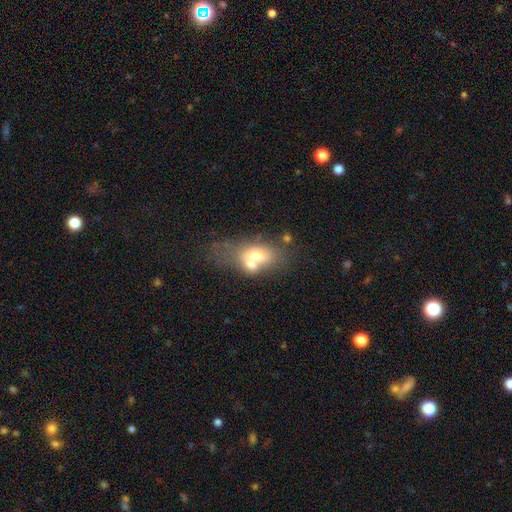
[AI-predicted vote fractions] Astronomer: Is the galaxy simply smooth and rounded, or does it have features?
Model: smooth — 60%.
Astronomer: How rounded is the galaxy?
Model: in between — 76%.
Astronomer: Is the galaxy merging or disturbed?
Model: merger — 58%.